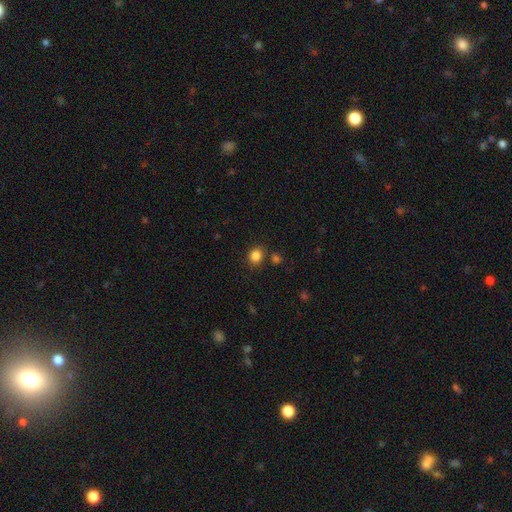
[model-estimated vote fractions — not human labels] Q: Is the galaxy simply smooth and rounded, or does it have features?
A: smooth — 84%.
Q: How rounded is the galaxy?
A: round — 77%.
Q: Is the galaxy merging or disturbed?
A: none — 81%.